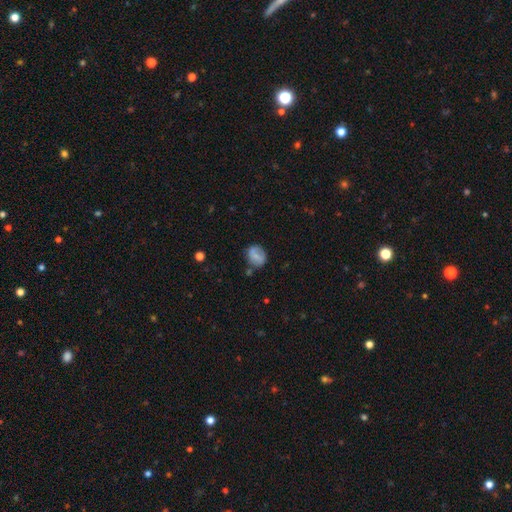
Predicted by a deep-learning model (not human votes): smooth 65%, featured or disk 26%, star or artifact 9%. Down the decision tree: how rounded — round (52%); merging — none (63%).